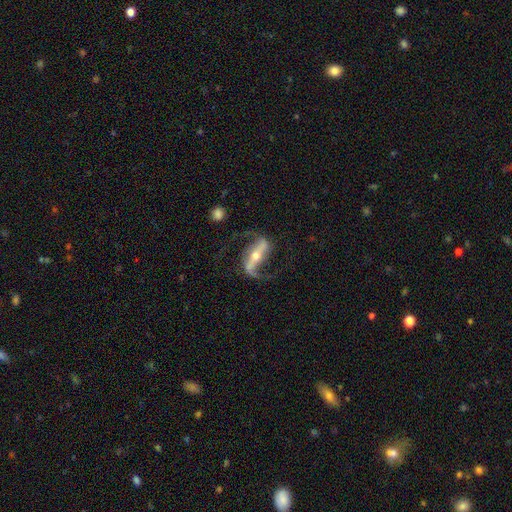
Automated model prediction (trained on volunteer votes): smooth_or_featured: featured or disk (p=0.89) [alt: smooth p=0.06]
disk_edge_on: no (p=0.90) [alt: yes p=0.10]
bar: strong (p=0.70) [alt: weak p=0.18]
has_spiral_arms: yes (p=0.96) [alt: no p=0.04]
spiral_winding: loose (p=0.63) [alt: medium p=0.29]
spiral_arm_count: 2 (p=0.91) [alt: 1 p=0.04]
bulge_size: moderate (p=0.54) [alt: small p=0.40]
merging: none (p=0.72) [alt: minor disturbance p=0.13]